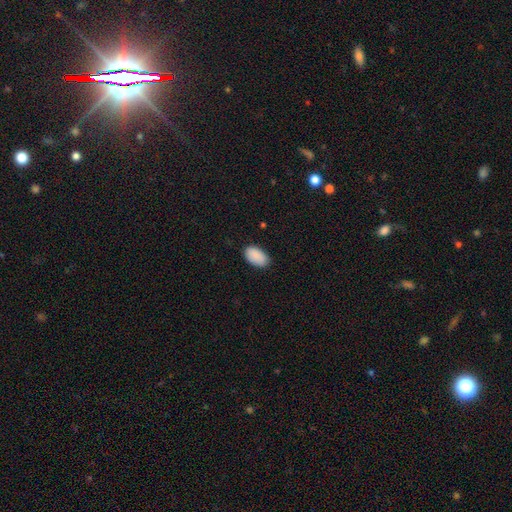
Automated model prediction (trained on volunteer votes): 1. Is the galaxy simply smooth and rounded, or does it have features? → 90% smooth, 7% star or artifact, 3% featured or disk.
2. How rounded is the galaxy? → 95% in between, 4% round, 1% cigar-shaped.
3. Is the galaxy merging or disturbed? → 84% none, 13% minor disturbance, 2% major disturbance, 1% merger.